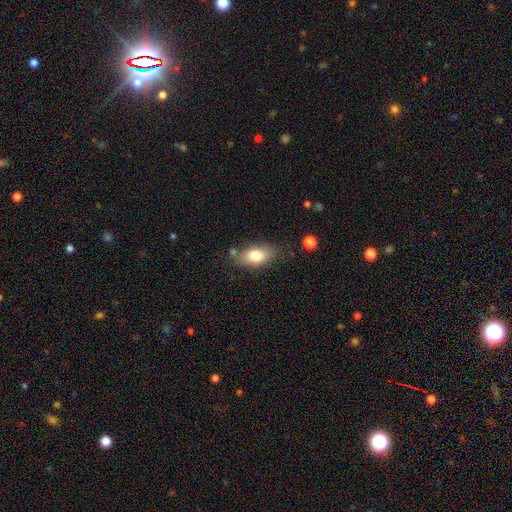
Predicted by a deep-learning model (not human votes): smooth 77%, featured or disk 15%, star or artifact 8%. Down the decision tree: how rounded — in between (88%); merging — none (71%).